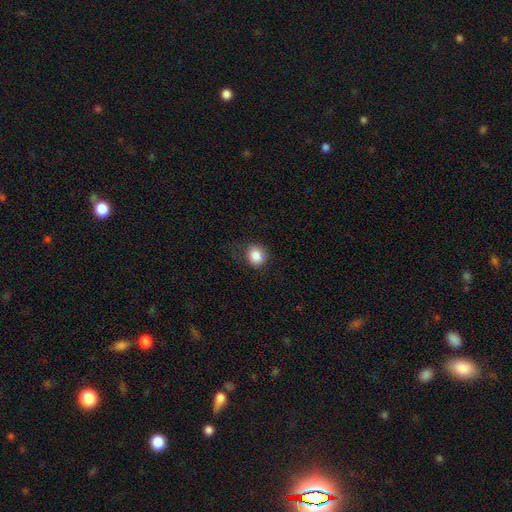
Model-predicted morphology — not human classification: Overall: smooth (85%). How rounded: round (74%). Merging: none (69%).